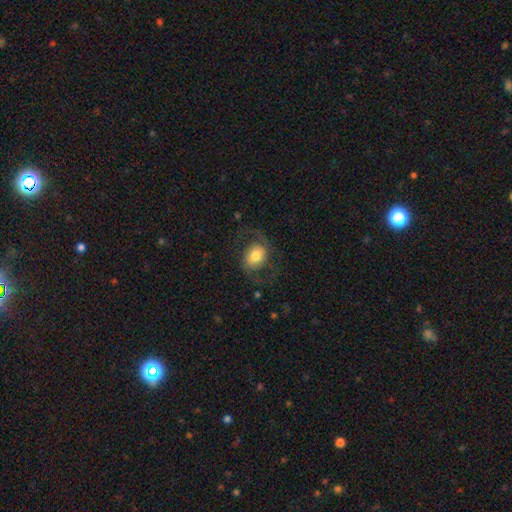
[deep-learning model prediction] smooth-or-featured: featured or disk: 62% | smooth: 30% | star or artifact: 8%
  disk-edge-on: no: 97% | yes: 3%
    bar: no: 61% | weak: 29% | strong: 10%
    has-spiral-arms: yes: 87% | no: 13%
      spiral-winding: loose: 47% | medium: 43% | tight: 10%
      spiral-arm-count: 2: 91% | can't tell: 3% | 1: 3% | 3: 1% | 4: 1% | more than 4: 1%
    bulge-size: moderate: 55% | large: 25% | small: 13% | dominant: 5% | none: 2%
  merging: none: 66% | major disturbance: 18% | minor disturbance: 15% | merger: 1%